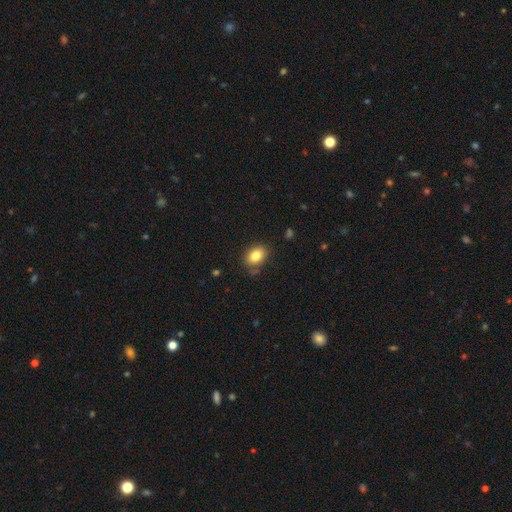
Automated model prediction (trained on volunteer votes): smooth-or-featured: smooth: 82% | star or artifact: 9% | featured or disk: 9%
  how-rounded: in between: 75% | round: 24% | cigar-shaped: 1%
  merging: none: 81% | minor disturbance: 13% | major disturbance: 3% | merger: 3%